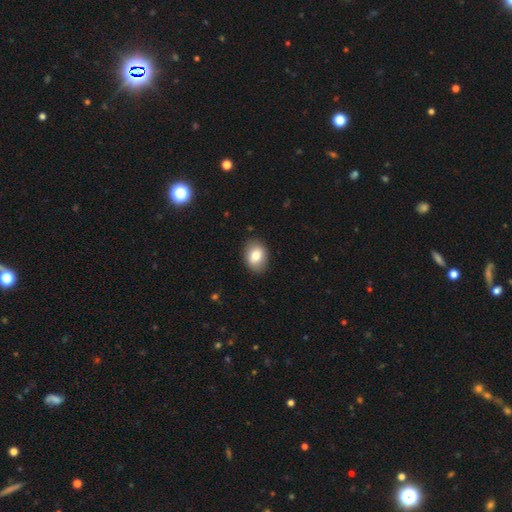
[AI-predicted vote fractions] smooth_or_featured: smooth (p=0.81) [alt: featured or disk p=0.11]
how_rounded: in between (p=0.73) [alt: round p=0.26]
merging: none (p=0.87) [alt: minor disturbance p=0.10]